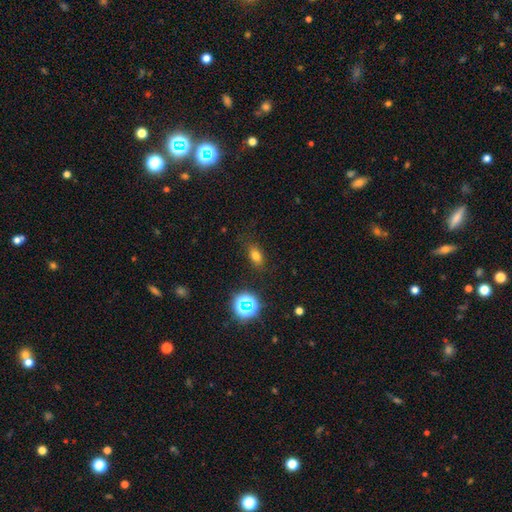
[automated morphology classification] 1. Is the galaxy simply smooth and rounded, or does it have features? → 71% smooth, 19% star or artifact, 10% featured or disk.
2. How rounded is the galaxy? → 75% in between, 20% round, 5% cigar-shaped.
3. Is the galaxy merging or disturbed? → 81% none, 13% minor disturbance, 4% major disturbance, 2% merger.